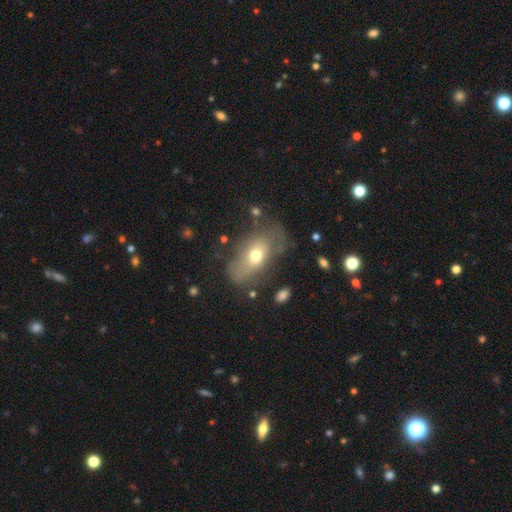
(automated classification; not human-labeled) Q: Smooth or featured?
A: smooth (58%); runner-up: featured or disk (32%)
Q: How rounded?
A: in between (85%); runner-up: round (12%)
Q: Merging?
A: none (50%); runner-up: minor disturbance (25%)